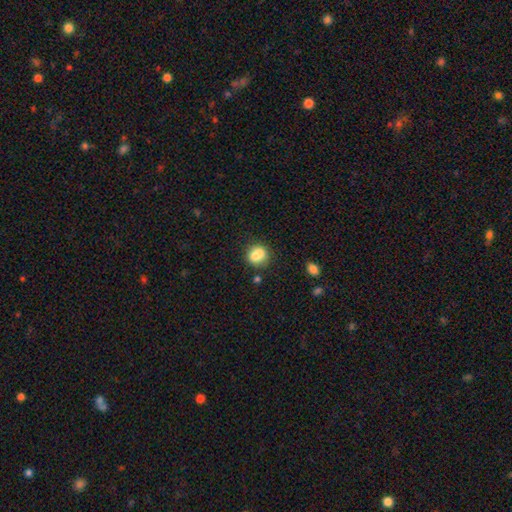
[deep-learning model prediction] This appears to be a smooth galaxy with no disk features (75%) that is round (73%). Merging: none (51%).